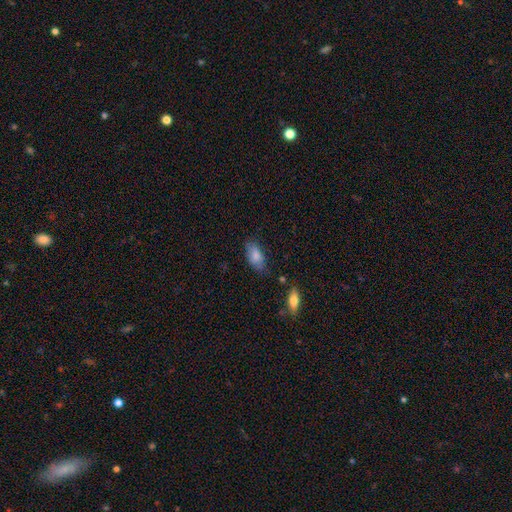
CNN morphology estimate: This is clearly a smooth galaxy (82%). How rounded: clearly in between (91%). Merging: likely none (71%).